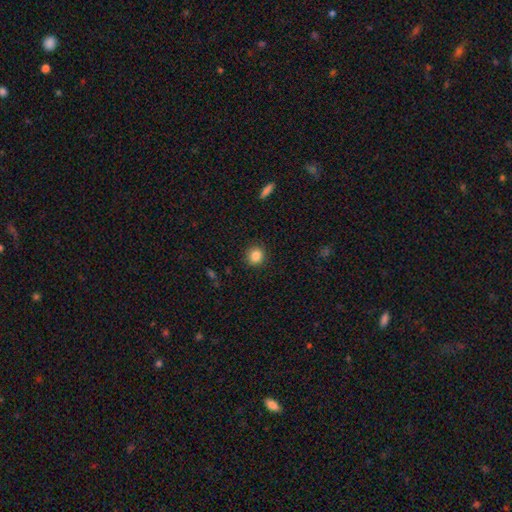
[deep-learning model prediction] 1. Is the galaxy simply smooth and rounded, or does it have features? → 85% smooth, 10% star or artifact, 5% featured or disk.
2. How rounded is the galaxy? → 86% round, 13% in between, 1% cigar-shaped.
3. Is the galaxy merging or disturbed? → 89% none, 8% minor disturbance, 2% major disturbance, 1% merger.